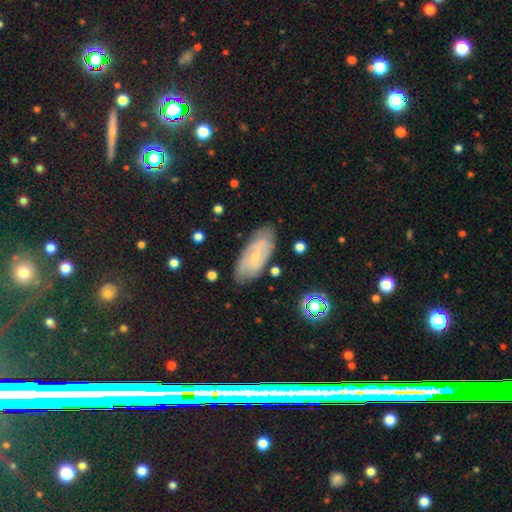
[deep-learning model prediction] Overall: featured or disk (57%; smooth 33%). Edge-on disk: no (89%). Bar: no (58%; weak 34%). Spiral arms: yes (78%). Bulge size: small (81%). Merging: none (78%).